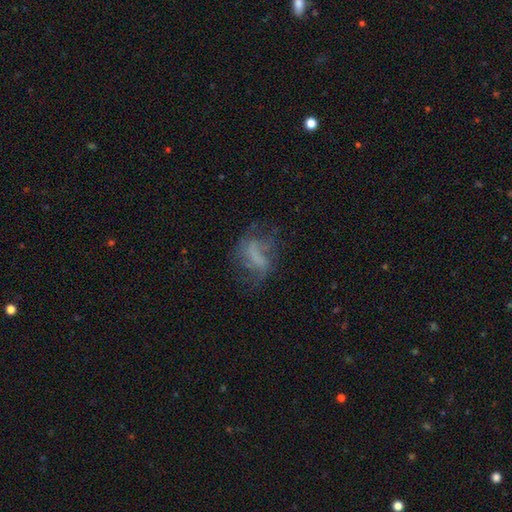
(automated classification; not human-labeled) A featured or disk galaxy (55%) with no bar (48%), spiral arms (54%) and no central bulge (70%). Merging: none (48%).